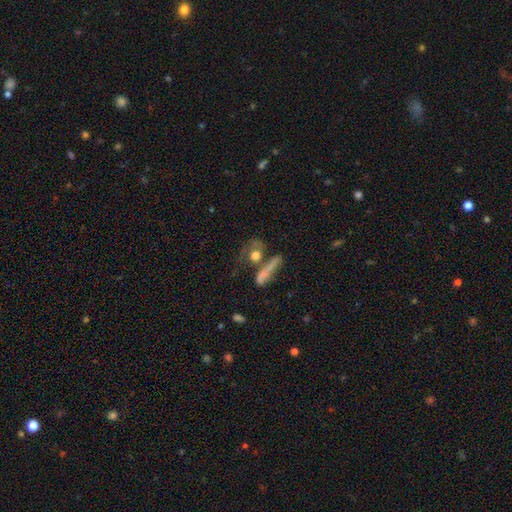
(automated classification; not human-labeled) smooth-or-featured: smooth: 62% | featured or disk: 26% | star or artifact: 12%
  how-rounded: round: 49% | in between: 32% | cigar-shaped: 19%
  merging: none: 38% | merger: 30% | major disturbance: 17% | minor disturbance: 15%